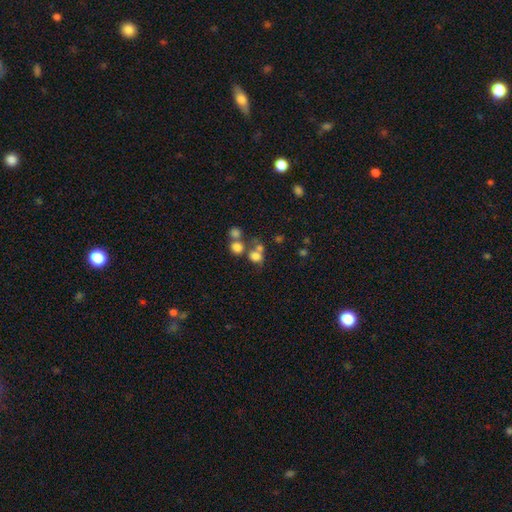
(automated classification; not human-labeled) smooth 70%, star or artifact 15%, featured or disk 14%. Down the decision tree: how rounded — round (74%); merging — none (41%).